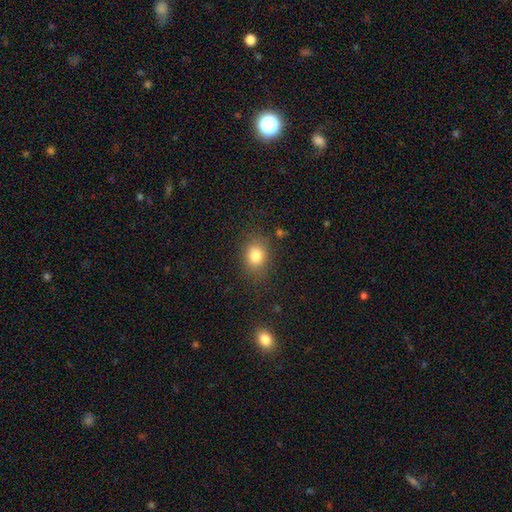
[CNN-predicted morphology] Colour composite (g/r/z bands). It shows a smooth galaxy with no disk features (81%) that is in between round and cigar-shaped (55%). Merging: none (79%).